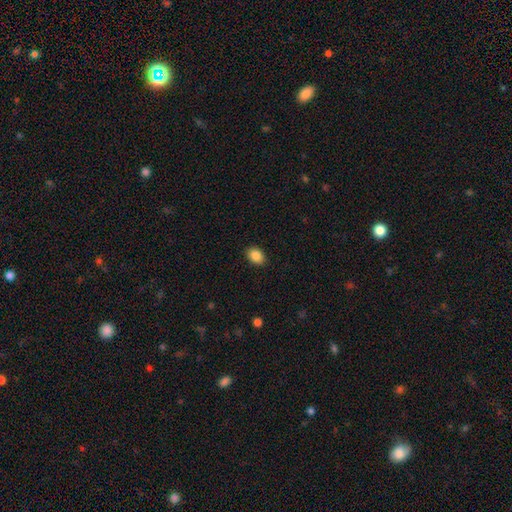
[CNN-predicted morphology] The model was most divided on "how rounded": in between: 73%, round: 26%, cigar-shaped: 1%. More confident: merging — none (89%); smooth or featured — smooth (87%).